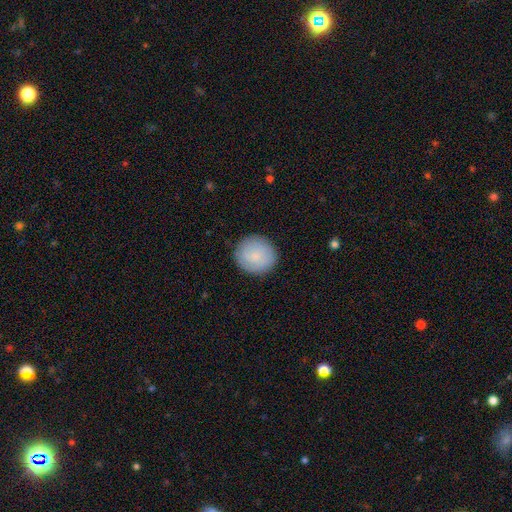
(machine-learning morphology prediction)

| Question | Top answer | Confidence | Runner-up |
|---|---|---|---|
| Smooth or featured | smooth | 82% | featured or disk (12%) |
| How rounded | round | 90% | in between (9%) |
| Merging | none | 89% | minor disturbance (8%) |